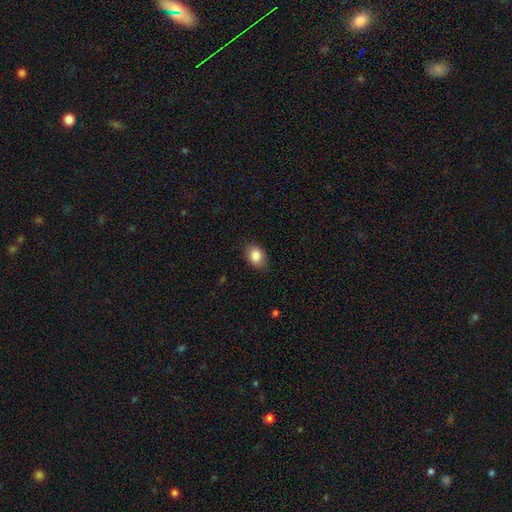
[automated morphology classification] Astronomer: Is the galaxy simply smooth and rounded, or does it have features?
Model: smooth — 85%.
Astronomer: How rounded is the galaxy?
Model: in between — 70%.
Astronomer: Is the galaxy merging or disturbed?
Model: none — 84%.